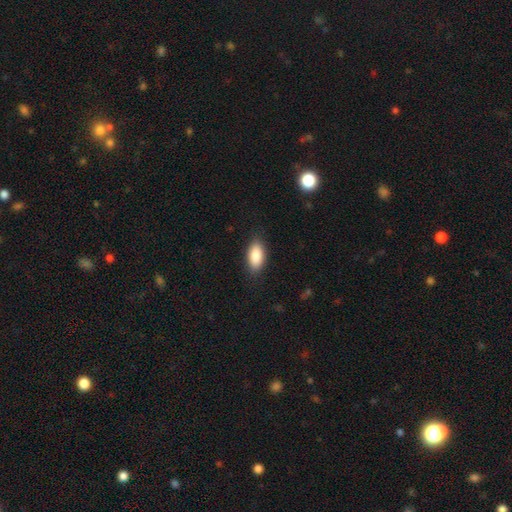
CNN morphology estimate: smooth 88%, star or artifact 6%, featured or disk 6%. Down the decision tree: how rounded — in between (90%); merging — none (85%).